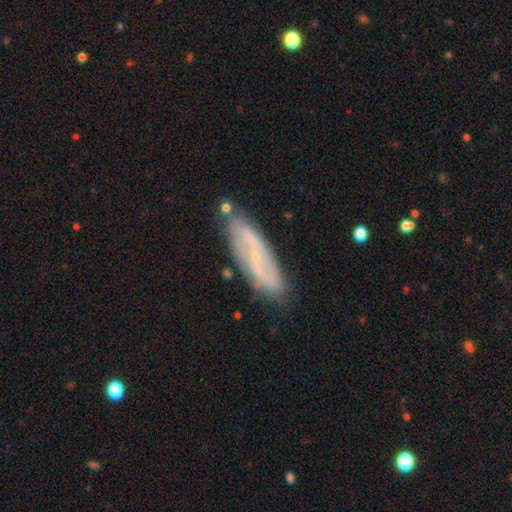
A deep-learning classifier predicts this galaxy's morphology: type=featured or disk (65%); edge-on=no (80%); bar=weak (43%); spiral arms=yes (81%); bulge=small (72%); merging=none (77%).